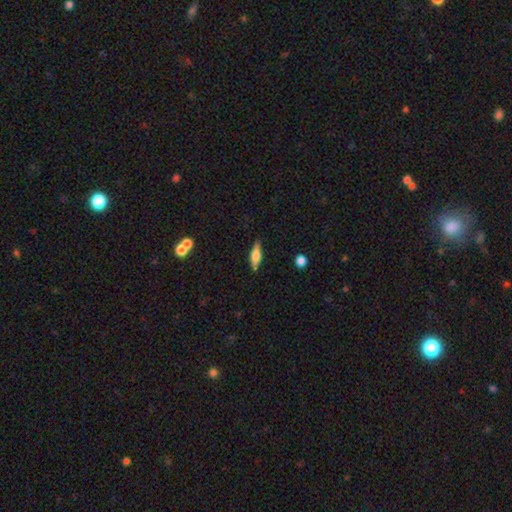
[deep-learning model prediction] Smooth or featured? smooth (48%)
Merging? none (85%)